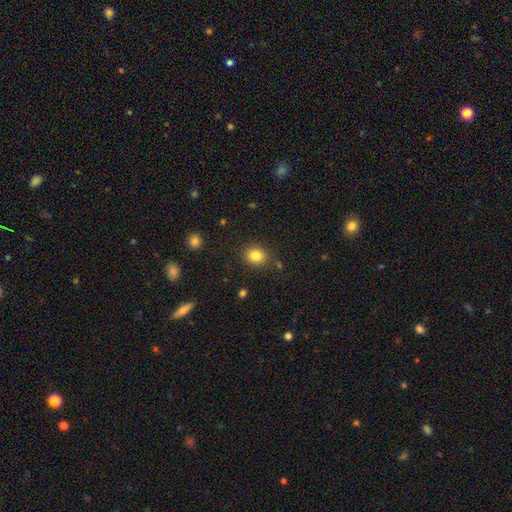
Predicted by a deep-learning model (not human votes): Smooth or featured: smooth — 83% (star or artifact — 11%)
How rounded: round — 68% (in between — 31%)
Merging: none — 84% (minor disturbance — 10%)